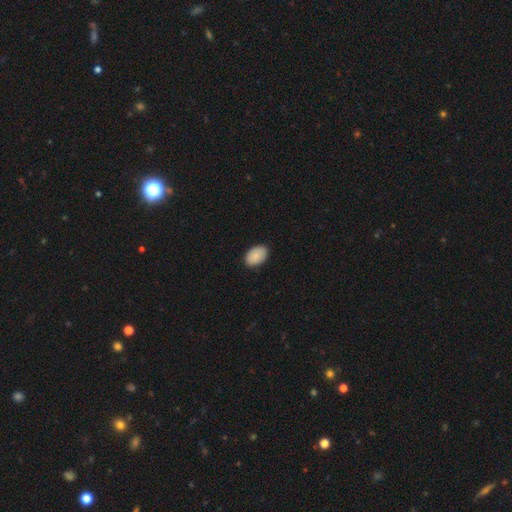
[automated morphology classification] This appears to be a smooth galaxy with no disk features (89%) that is in between round and cigar-shaped (91%). Merging: none (89%).